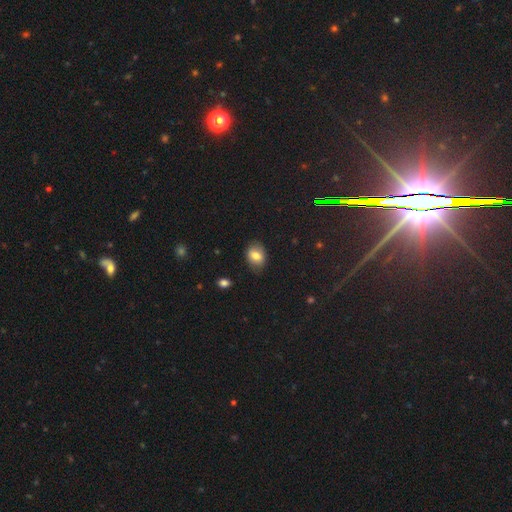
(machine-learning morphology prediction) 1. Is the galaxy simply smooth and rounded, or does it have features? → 77% smooth, 13% featured or disk, 10% star or artifact.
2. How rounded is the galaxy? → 71% in between, 28% round, 1% cigar-shaped.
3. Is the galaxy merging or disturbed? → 80% none, 16% minor disturbance, 4% major disturbance, 1% merger.